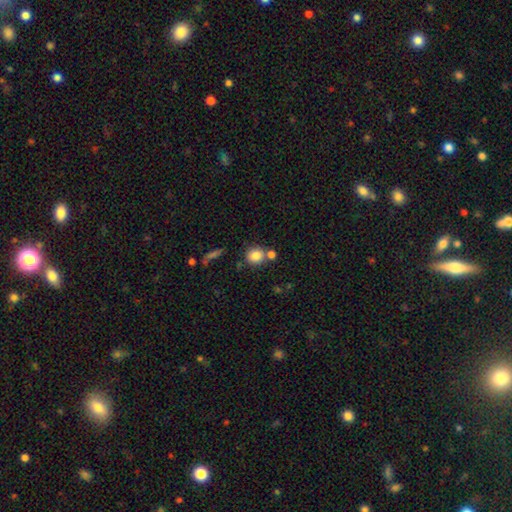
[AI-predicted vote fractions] Overall: smooth (83%). How rounded: round (84%). Merging: none (65%).